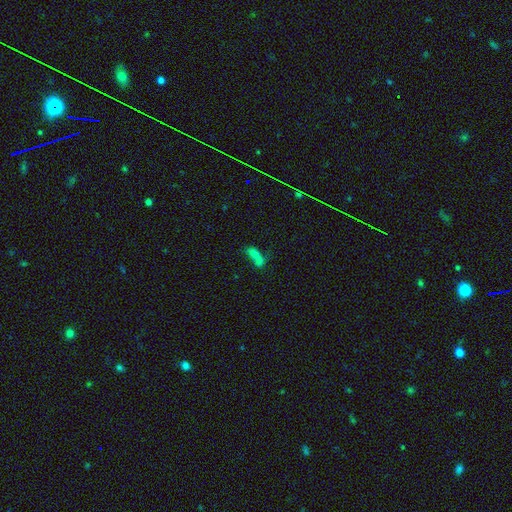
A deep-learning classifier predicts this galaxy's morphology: Overall: smooth (61%). How rounded: in between (66%). Merging: merger (53%; none 23%).